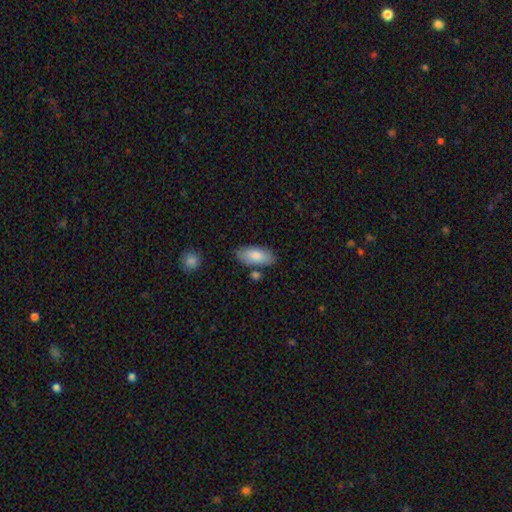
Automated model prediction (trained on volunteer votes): smooth-or-featured: smooth: 83% | featured or disk: 11% | star or artifact: 5%
  how-rounded: in between: 87% | cigar-shaped: 11% | round: 2%
  merging: none: 76% | minor disturbance: 14% | merger: 6% | major disturbance: 3%